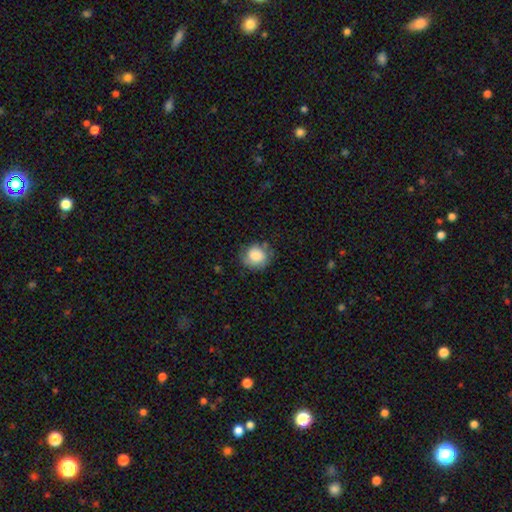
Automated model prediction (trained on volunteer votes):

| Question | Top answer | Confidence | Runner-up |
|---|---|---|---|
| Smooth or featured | smooth | 75% | featured or disk (18%) |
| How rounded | round | 76% | in between (23%) |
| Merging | none | 65% | minor disturbance (25%) |